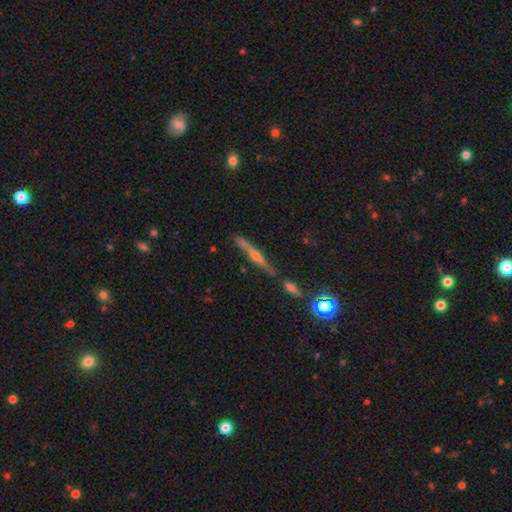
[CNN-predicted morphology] This is likely a featured or disk galaxy (70%). It is clearly viewed edge-on (96%). Edge-on bulge: clearly rounded (81%). Merging: likely none (76%).